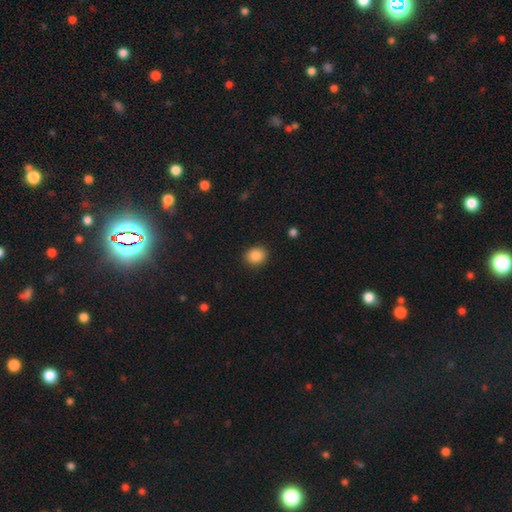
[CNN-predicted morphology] Smooth or featured?
  - smooth: 88% *
  - star or artifact: 9%
  - featured or disk: 3%
How rounded?
  - round: 65% *
  - in between: 34%
  - cigar-shaped: 1%
Merging?
  - none: 90% *
  - minor disturbance: 7%
  - major disturbance: 2%
  - merger: 1%